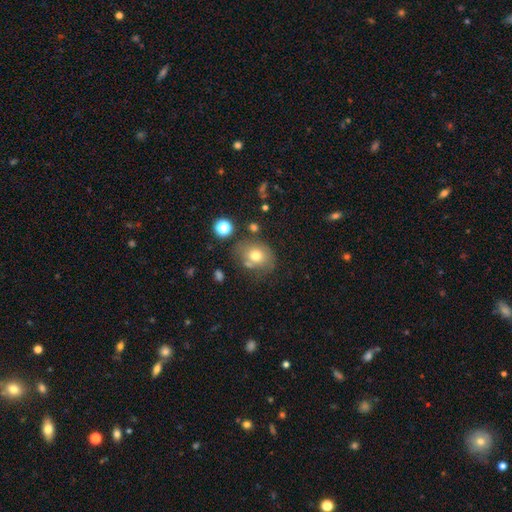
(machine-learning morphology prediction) A smooth galaxy with no disk features (70%) that is round (52%). Merging: none (59%).